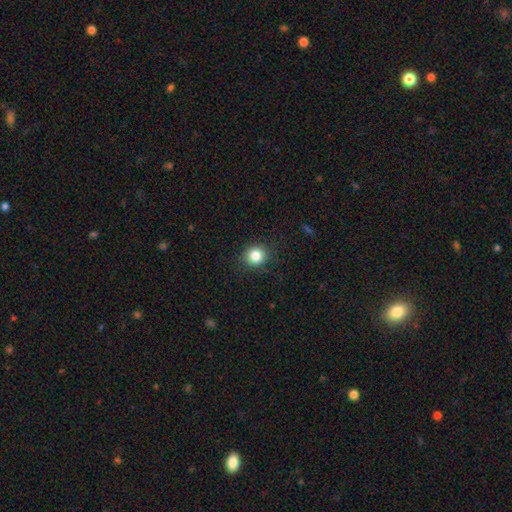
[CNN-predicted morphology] type=smooth (84%); roundness=round (84%); merging=none (87%).